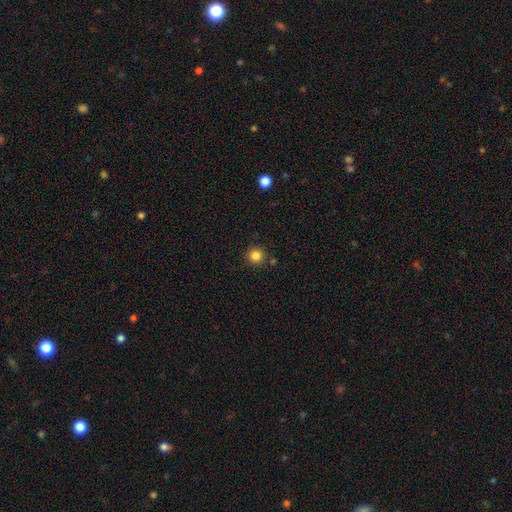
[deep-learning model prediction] Smooth or featured? smooth (83%)
How rounded? round (95%)
Merging? none (88%)